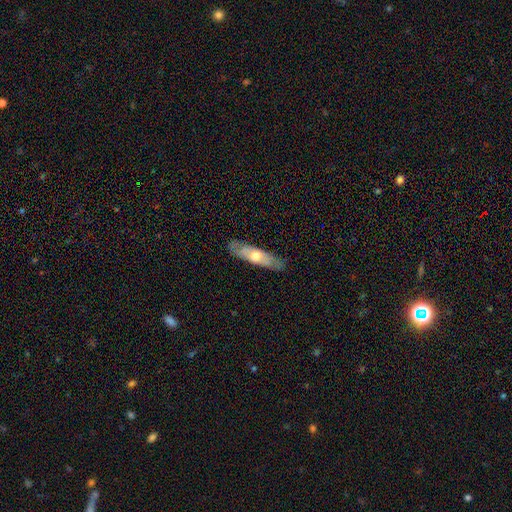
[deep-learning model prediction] Smooth or featured?
  - featured or disk: 48% *
  - smooth: 47%
  - star or artifact: 5%
Merging?
  - none: 81% *
  - minor disturbance: 15%
  - major disturbance: 3%
  - merger: 1%